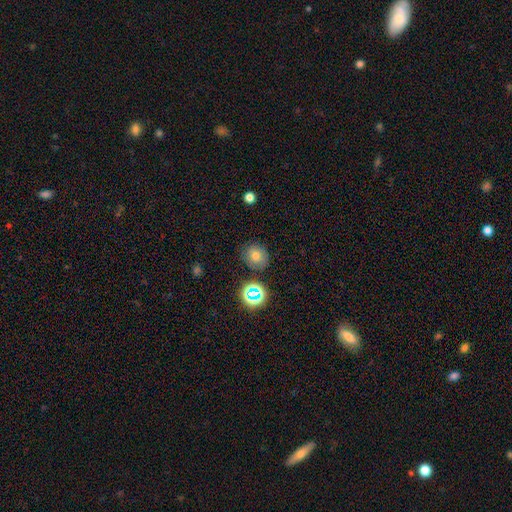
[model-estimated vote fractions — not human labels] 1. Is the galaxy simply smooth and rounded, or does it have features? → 70% smooth, 19% star or artifact, 11% featured or disk.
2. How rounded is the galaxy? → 71% round, 28% in between, 1% cigar-shaped.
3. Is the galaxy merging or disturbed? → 82% none, 11% minor disturbance, 4% merger, 3% major disturbance.